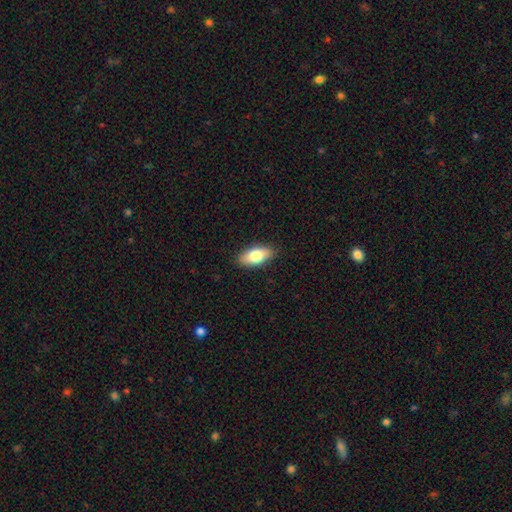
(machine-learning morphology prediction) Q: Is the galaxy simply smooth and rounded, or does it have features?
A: smooth — 76%.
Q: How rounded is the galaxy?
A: in between — 88%.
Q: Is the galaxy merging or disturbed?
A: none — 88%.